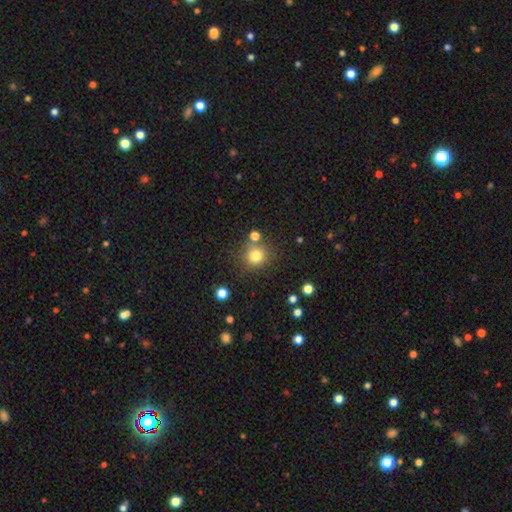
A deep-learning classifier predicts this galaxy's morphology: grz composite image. It shows a smooth galaxy with no disk features (79%) that is round (91%). Merging: none (78%).